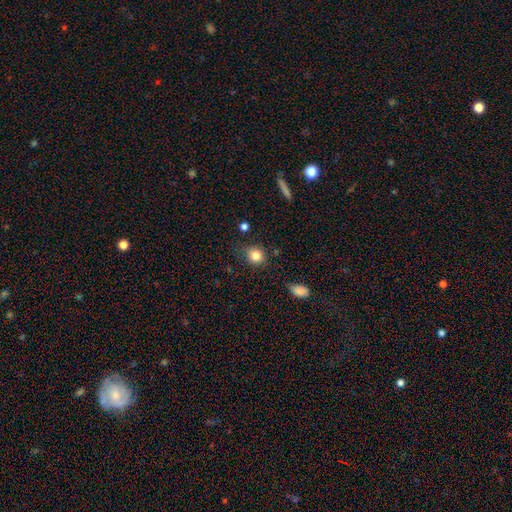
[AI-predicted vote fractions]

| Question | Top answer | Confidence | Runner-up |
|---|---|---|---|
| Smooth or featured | smooth | 83% | star or artifact (10%) |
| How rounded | round | 74% | in between (25%) |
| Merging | none | 75% | minor disturbance (18%) |